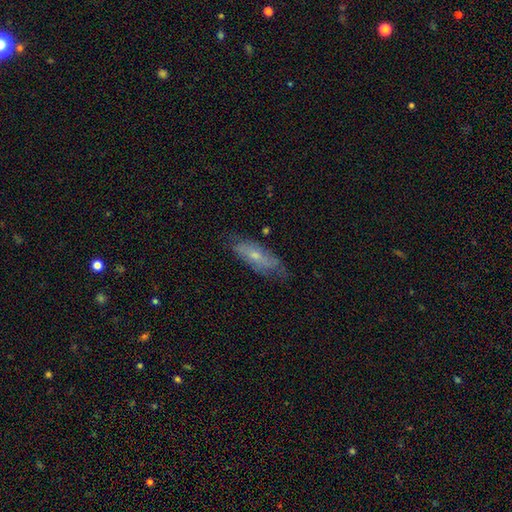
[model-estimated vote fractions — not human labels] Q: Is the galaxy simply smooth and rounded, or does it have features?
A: featured or disk — 48%.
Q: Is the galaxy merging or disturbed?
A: none — 66%.